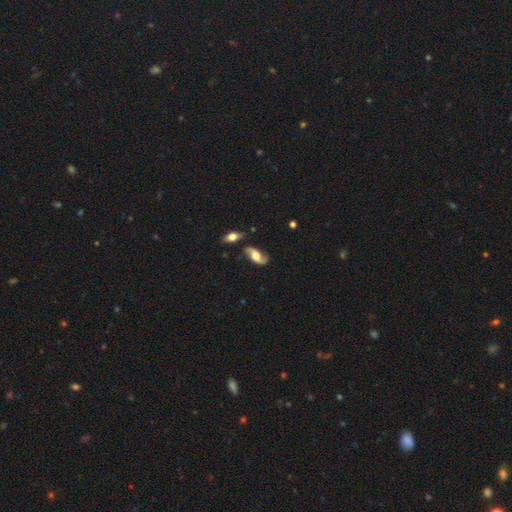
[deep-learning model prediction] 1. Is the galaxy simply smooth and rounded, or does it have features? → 75% featured or disk, 19% smooth, 7% star or artifact.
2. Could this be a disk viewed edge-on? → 91% no, 9% yes.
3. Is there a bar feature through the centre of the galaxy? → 55% no, 34% weak, 11% strong.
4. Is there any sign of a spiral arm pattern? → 93% yes, 7% no.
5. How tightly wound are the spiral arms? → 61% loose, 29% medium, 9% tight.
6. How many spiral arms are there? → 91% 2, 3% can't tell, 3% 1, 1% 3, 1% 4, 1% more than 4.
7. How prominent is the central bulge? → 41% moderate, 39% large, 10% small, 5% none, 5% dominant.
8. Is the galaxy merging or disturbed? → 69% none, 17% minor disturbance, 7% merger, 7% major disturbance.